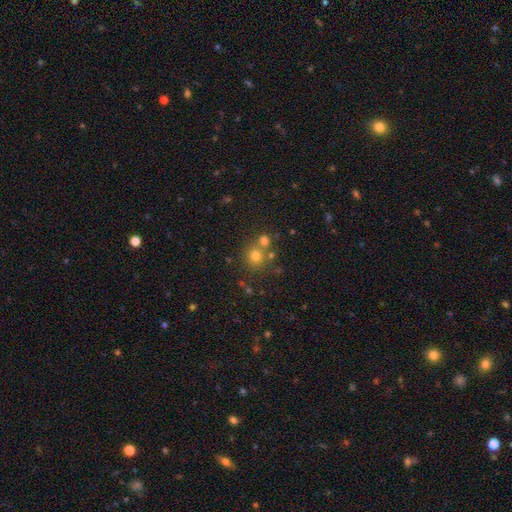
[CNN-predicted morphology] Smooth or featured? smooth (71%)
How rounded? round (89%)
Merging? none (62%)